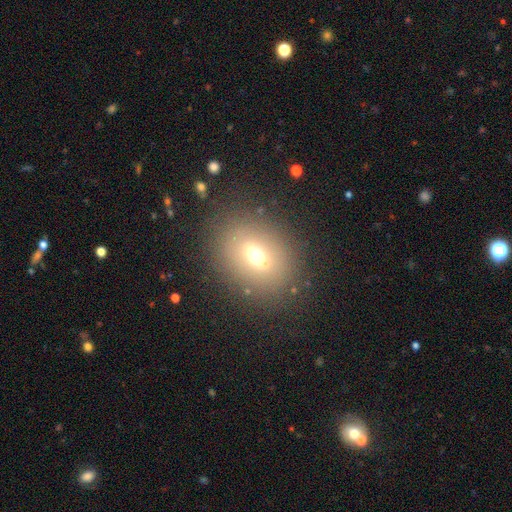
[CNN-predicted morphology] Smooth or featured? Predicted: smooth (p=0.61). How rounded? Predicted: round (p=0.50). Merging? Predicted: none (p=0.71).